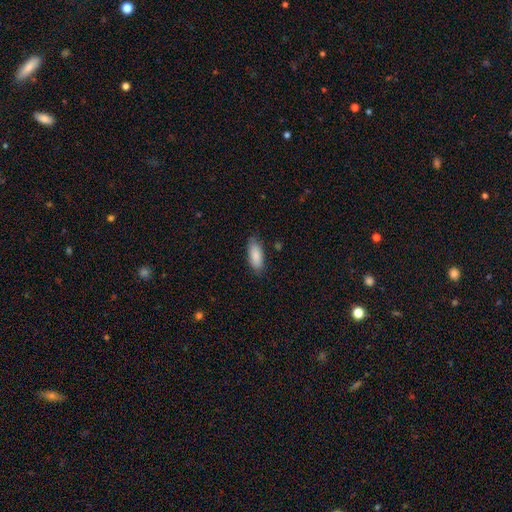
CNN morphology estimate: Smooth or featured?
  - smooth: 87% *
  - featured or disk: 7%
  - star or artifact: 6%
How rounded?
  - in between: 82% *
  - cigar-shaped: 16%
  - round: 2%
Merging?
  - none: 81% *
  - minor disturbance: 15%
  - major disturbance: 3%
  - merger: 1%